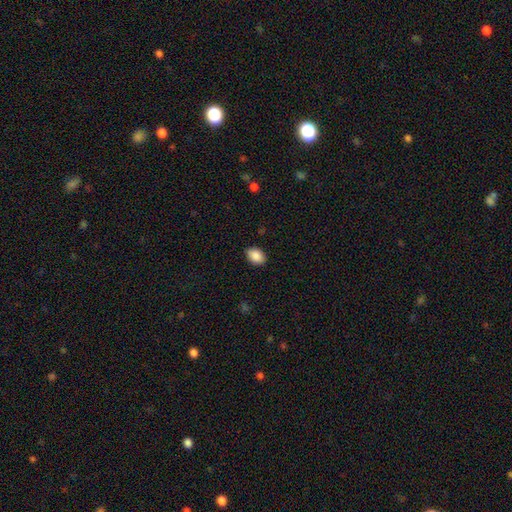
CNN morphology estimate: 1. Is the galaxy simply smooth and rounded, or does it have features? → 89% smooth, 7% star or artifact, 4% featured or disk.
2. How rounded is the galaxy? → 80% in between, 19% round, 1% cigar-shaped.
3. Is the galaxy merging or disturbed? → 86% none, 11% minor disturbance, 2% major disturbance, 1% merger.